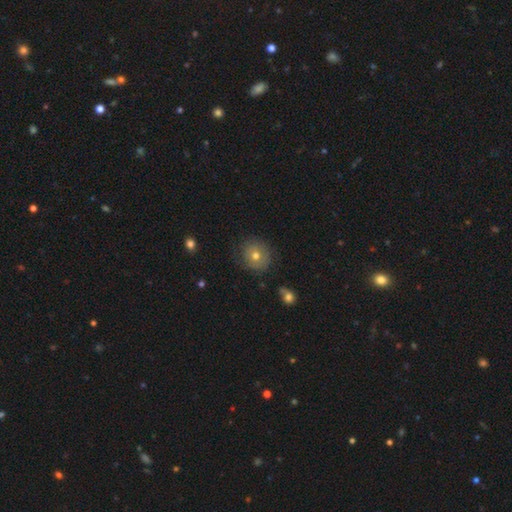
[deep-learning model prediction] A smooth galaxy with no disk features (64%) that is round (88%). Merging: none (82%).